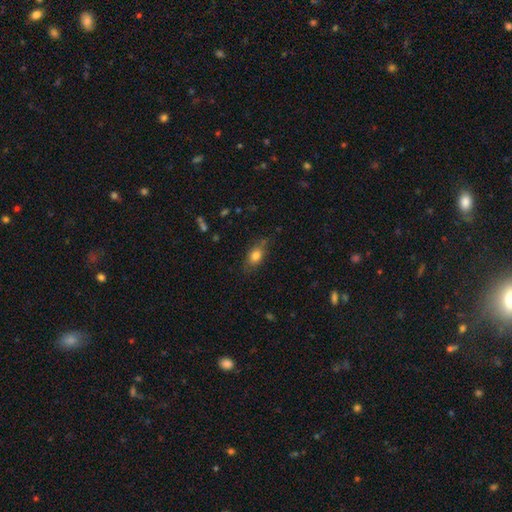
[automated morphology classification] Overall: smooth (78%). How rounded: in between (79%). Merging: none (70%).